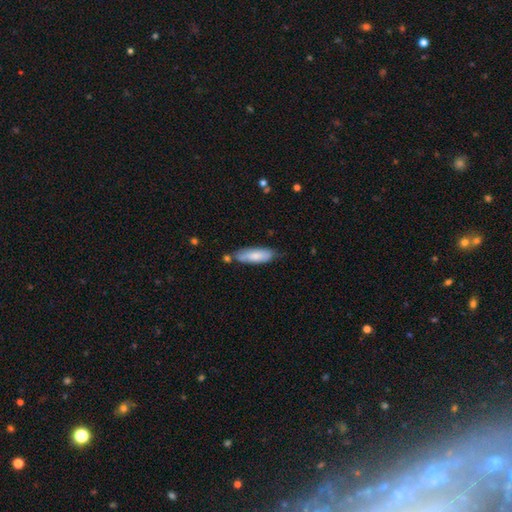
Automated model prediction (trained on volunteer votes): This appears to be a smooth galaxy with no disk features (78%) that is in between round and cigar-shaped (51%). Merging: none (68%).